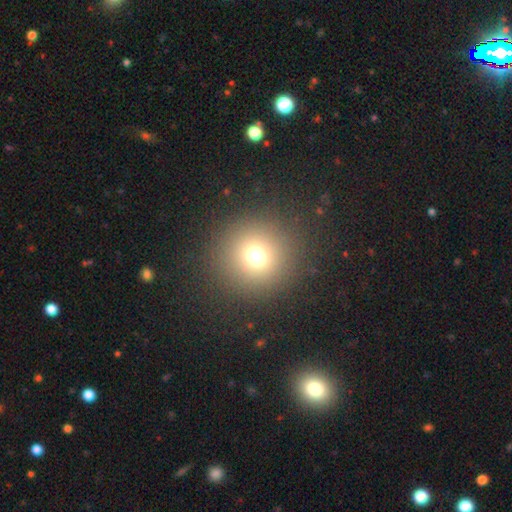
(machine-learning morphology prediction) This appears to be a smooth galaxy with no disk features (68%) that is round (95%). Merging: none (88%).